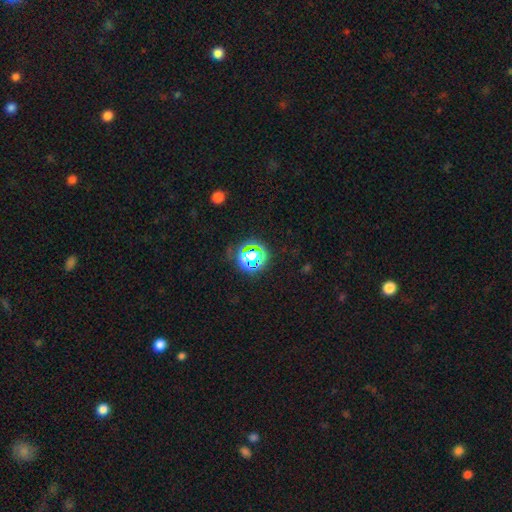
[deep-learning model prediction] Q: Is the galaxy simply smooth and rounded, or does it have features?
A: star or artifact — 62%.